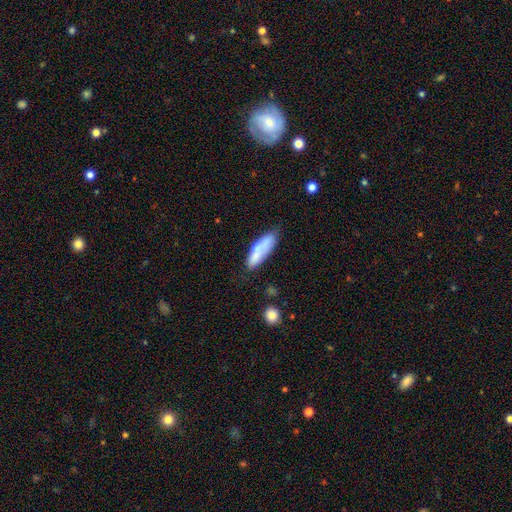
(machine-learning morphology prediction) type=smooth (71%); roundness=cigar-shaped (49%, tied with in between); merging=none (56%).